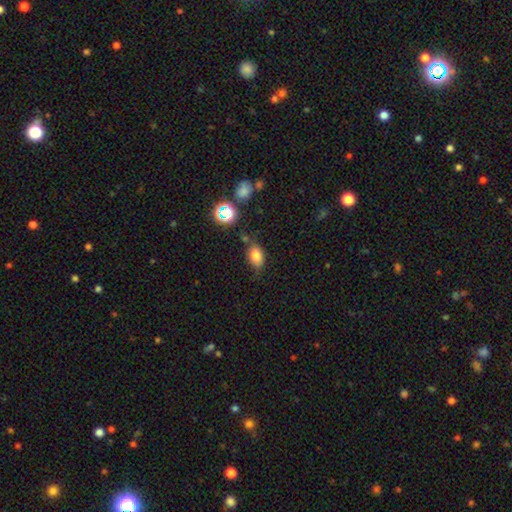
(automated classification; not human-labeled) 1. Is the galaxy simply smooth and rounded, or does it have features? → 78% smooth, 13% star or artifact, 9% featured or disk.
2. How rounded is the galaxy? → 82% in between, 16% round, 2% cigar-shaped.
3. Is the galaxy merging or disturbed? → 70% none, 20% minor disturbance, 6% merger, 5% major disturbance.